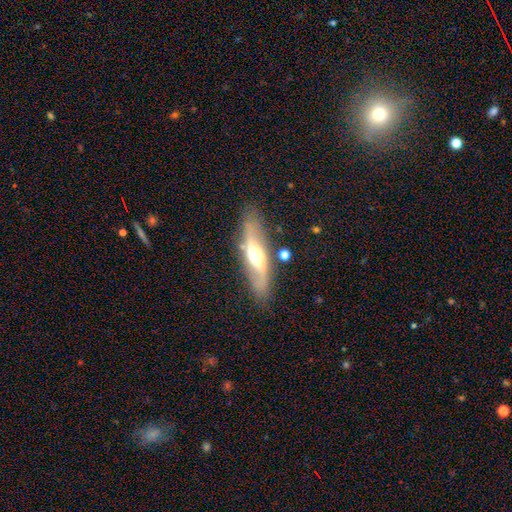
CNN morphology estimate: The model was most divided on "edge-on disk": no: 53%, yes: 47%. More confident: merging — none (77%); smooth or featured — featured or disk (66%).